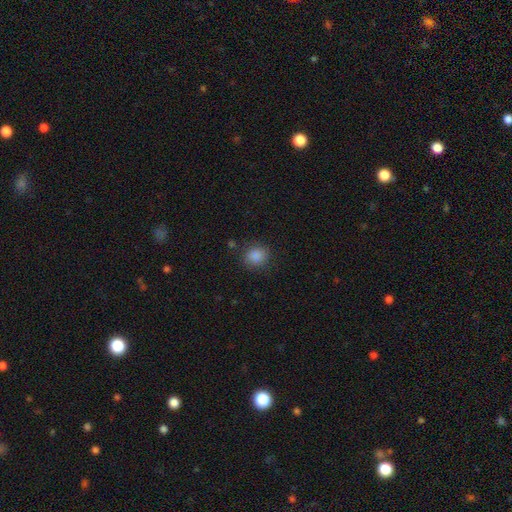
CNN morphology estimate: type=smooth (84%); roundness=round (71%); merging=none (84%).